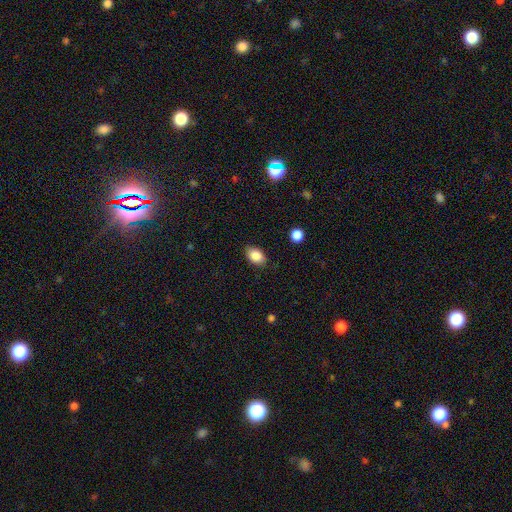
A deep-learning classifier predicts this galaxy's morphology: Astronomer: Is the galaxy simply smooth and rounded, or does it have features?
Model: smooth — 86%.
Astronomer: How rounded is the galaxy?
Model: in between — 85%.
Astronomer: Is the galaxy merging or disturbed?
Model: none — 84%.